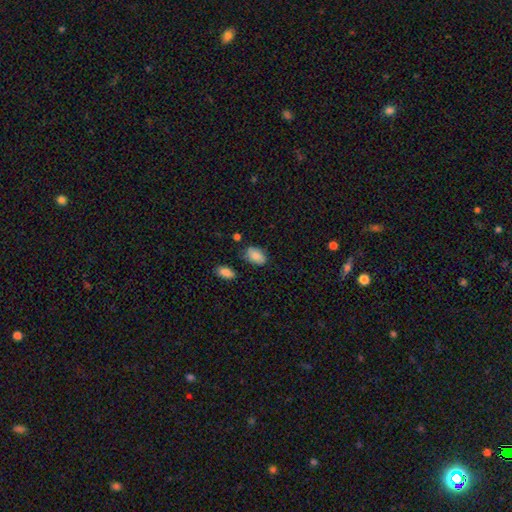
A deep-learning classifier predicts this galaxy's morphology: Smooth or featured? Predicted: smooth (p=0.83). How rounded? Predicted: in between (p=0.91). Merging? Predicted: none (p=0.71).